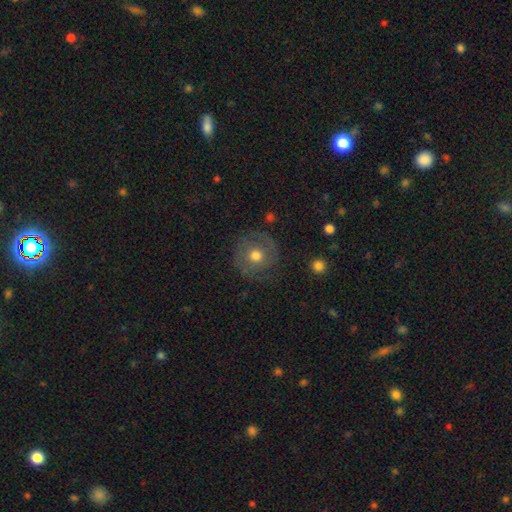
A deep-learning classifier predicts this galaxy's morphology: Smooth or featured? Predicted: smooth (p=0.48). Merging? Predicted: none (p=0.77).